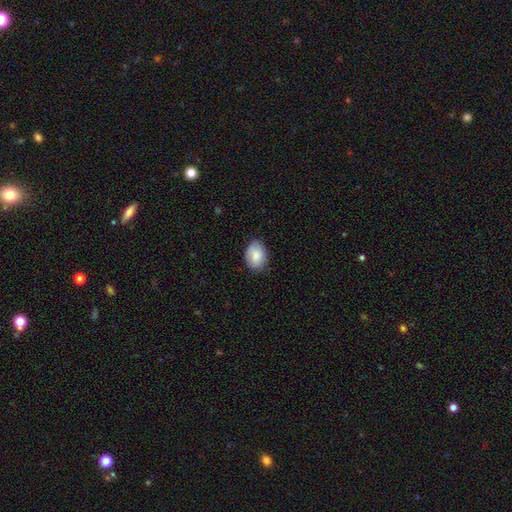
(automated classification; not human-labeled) This appears to be a smooth galaxy with no disk features (81%) that is in between round and cigar-shaped (73%). Merging: none (81%).